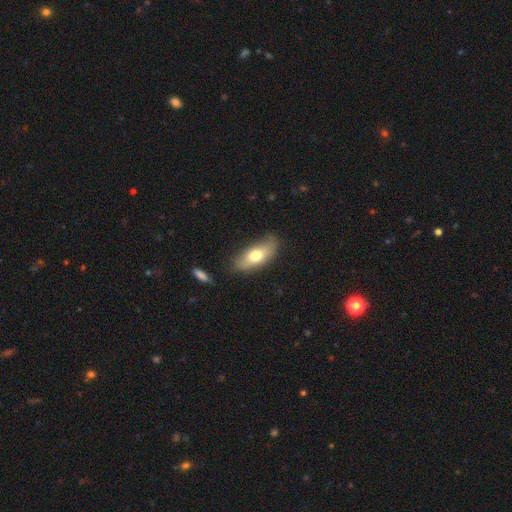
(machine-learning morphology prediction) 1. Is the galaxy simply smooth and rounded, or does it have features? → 66% smooth, 27% featured or disk, 7% star or artifact.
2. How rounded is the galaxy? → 79% in between, 18% cigar-shaped, 4% round.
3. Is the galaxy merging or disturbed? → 71% none, 21% minor disturbance, 5% major disturbance, 3% merger.